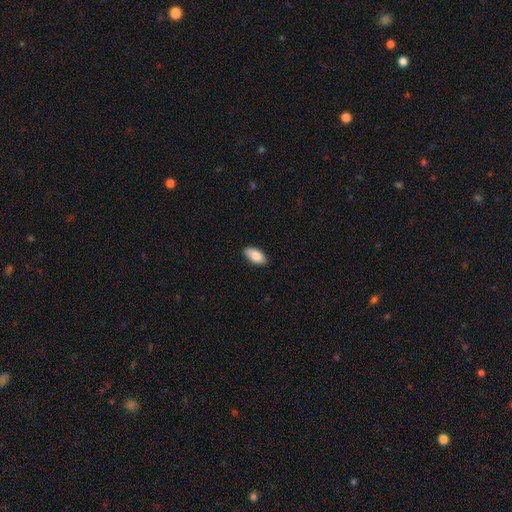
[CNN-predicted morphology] A smooth galaxy with no disk features (86%) that is in between round and cigar-shaped (93%).

Vote fractions:
- Smooth or featured? smooth: 86% / featured or disk: 8% / star or artifact: 6%
- How rounded? in between: 93% / cigar-shaped: 4% / round: 3%
- Merging? none: 83% / minor disturbance: 14% / major disturbance: 2% / merger: 1%